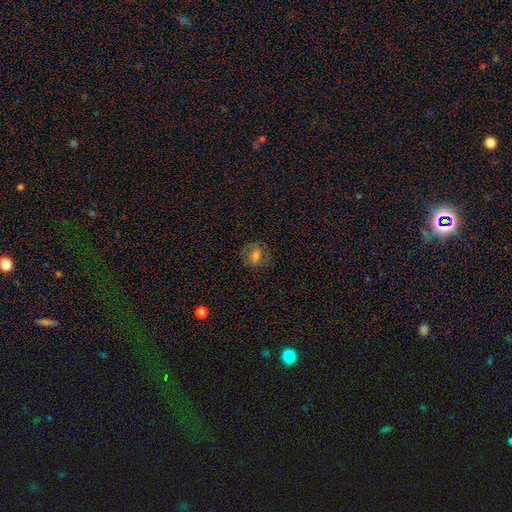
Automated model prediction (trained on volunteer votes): smooth-or-featured: smooth: 50% | featured or disk: 35% | star or artifact: 15%
  how-rounded: round: 61% | in between: 37% | cigar-shaped: 2%
  merging: none: 72% | minor disturbance: 17% | major disturbance: 10% | merger: 1%